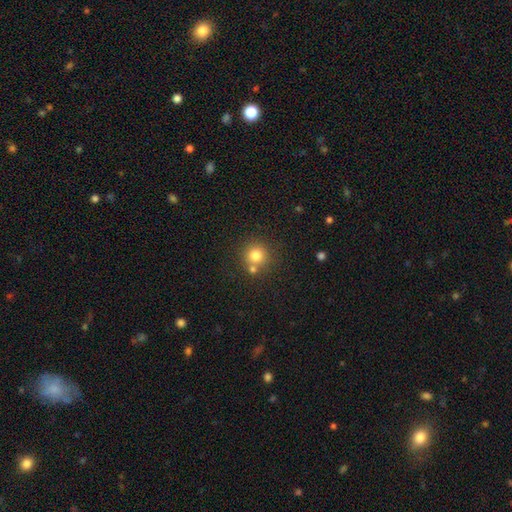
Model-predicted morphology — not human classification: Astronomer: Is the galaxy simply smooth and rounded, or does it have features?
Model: smooth — 79%.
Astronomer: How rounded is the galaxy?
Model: round — 93%.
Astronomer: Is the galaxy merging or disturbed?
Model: none — 69%.